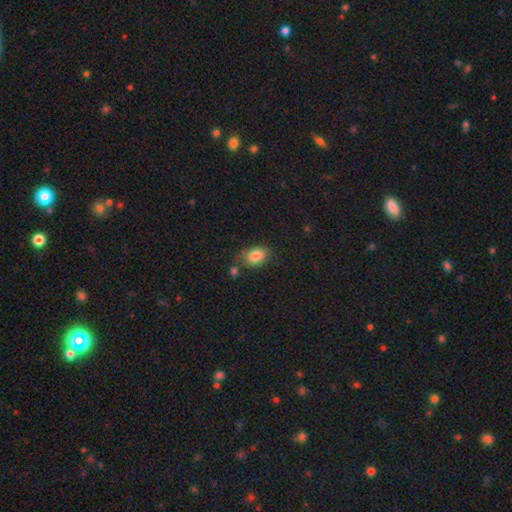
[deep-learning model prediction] This appears to be a smooth galaxy with no disk features (84%) that is in between round and cigar-shaped (75%). Merging: none (66%).